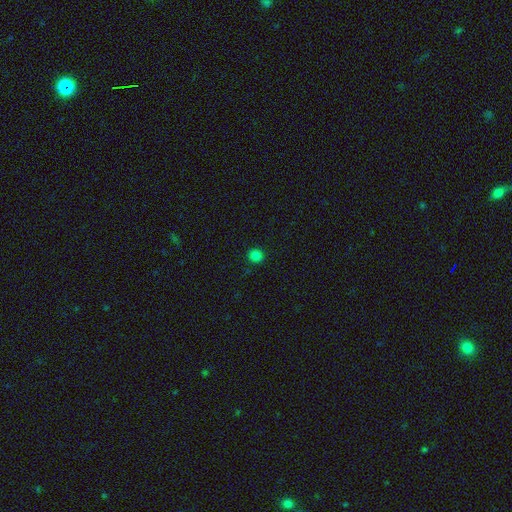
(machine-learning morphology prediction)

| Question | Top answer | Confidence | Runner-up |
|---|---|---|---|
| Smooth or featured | smooth | 82% | star or artifact (15%) |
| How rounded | round | 93% | in between (6%) |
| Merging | none | 92% | minor disturbance (5%) |